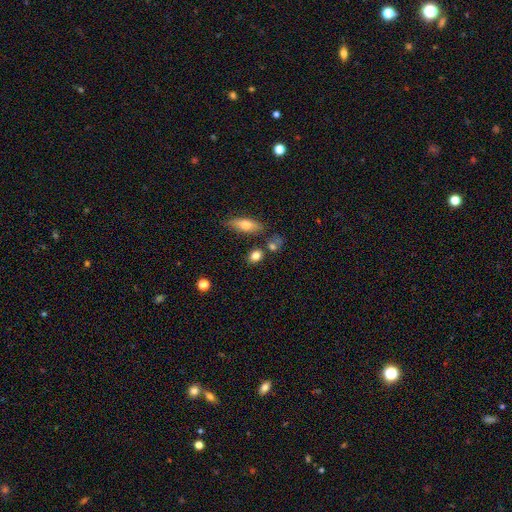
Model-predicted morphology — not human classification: smooth 81%, star or artifact 10%, featured or disk 9%. Down the decision tree: how rounded — in between (56%); merging — none (71%).